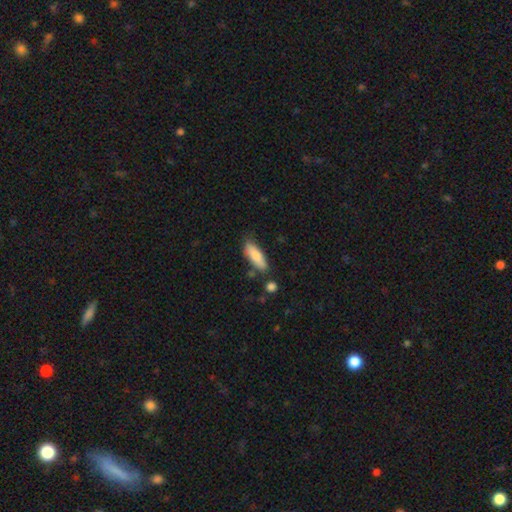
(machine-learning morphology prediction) The model was most divided on "how rounded": in between: 57%, cigar-shaped: 41%, round: 2%. More confident: smooth or featured — smooth (80%); merging — none (74%).